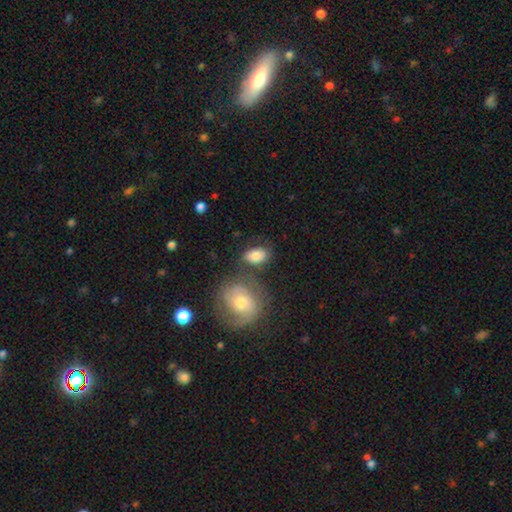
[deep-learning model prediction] This is likely a smooth galaxy (77%). How rounded: clearly in between (82%). Merging: possibly none (59%).